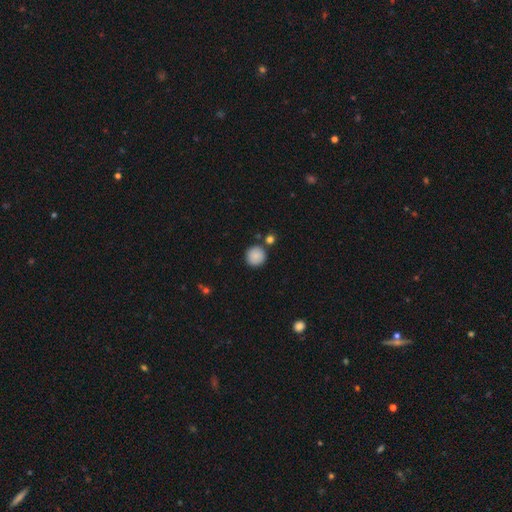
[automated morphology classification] Smooth or featured: smooth — 87% (star or artifact — 8%)
How rounded: round — 94% (in between — 5%)
Merging: none — 83% (minor disturbance — 8%)